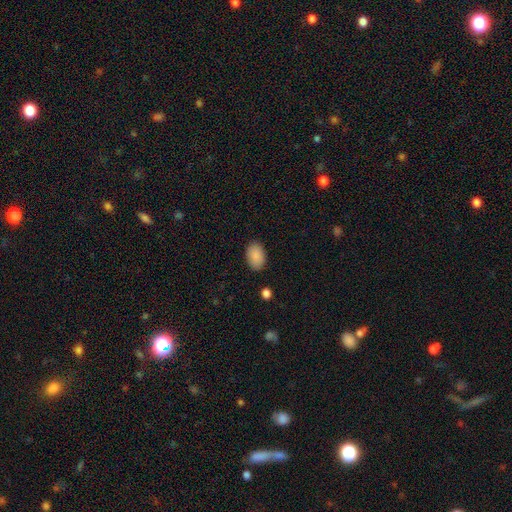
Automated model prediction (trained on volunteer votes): A smooth galaxy with no disk features (89%) that is in between round and cigar-shaped (91%). Merging: none (88%).